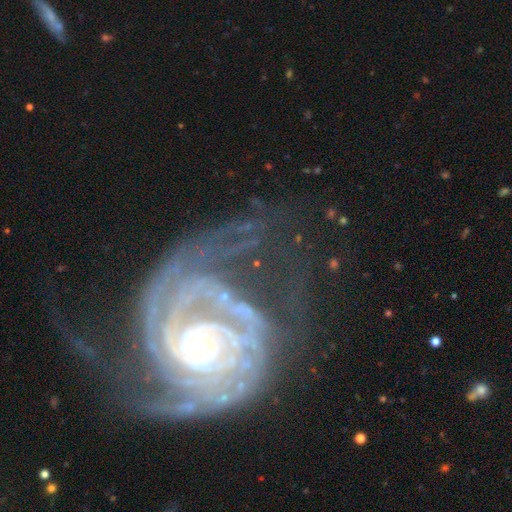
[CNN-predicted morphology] The model was most divided on "spiral arm count": 2: 36%, can't tell: 18%, 3: 17%, 4: 11%, more than 4: 9%, 1: 8%. Remaining: spiral arms — yes (98%); edge-on disk — no (98%); smooth or featured — featured or disk (89%); bulge size — small (79%); spiral winding — tight (75%); bar — no (69%); merging — none (46%).